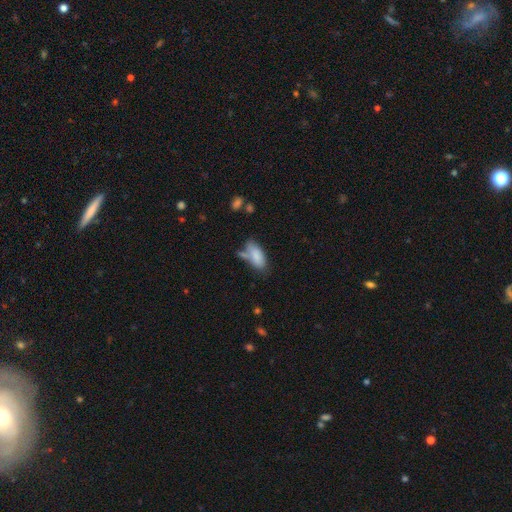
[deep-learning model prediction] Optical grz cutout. It shows a smooth galaxy with no disk features (82%) that is in between round and cigar-shaped (88%). Merging: none (47%).